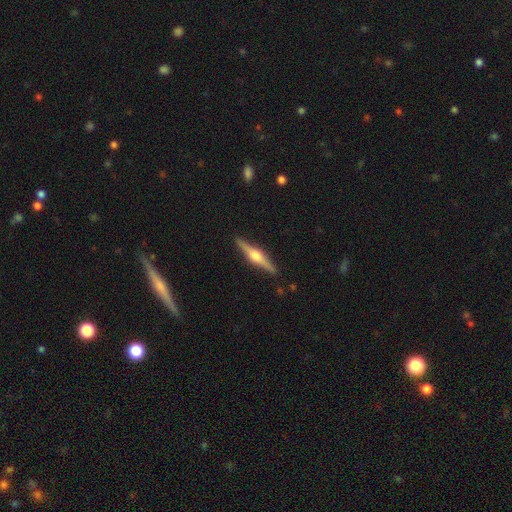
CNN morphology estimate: type=featured or disk (78%); edge-on=yes (98%); edge-on bulge=rounded (92%); merging=none (90%).